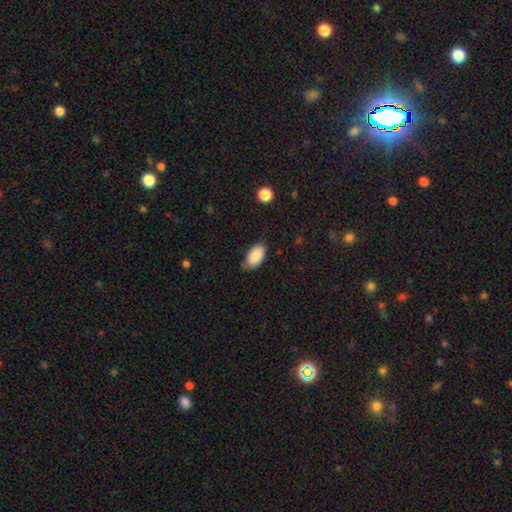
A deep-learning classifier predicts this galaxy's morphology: Smooth or featured? smooth (88%)
How rounded? in between (95%)
Merging? none (75%)